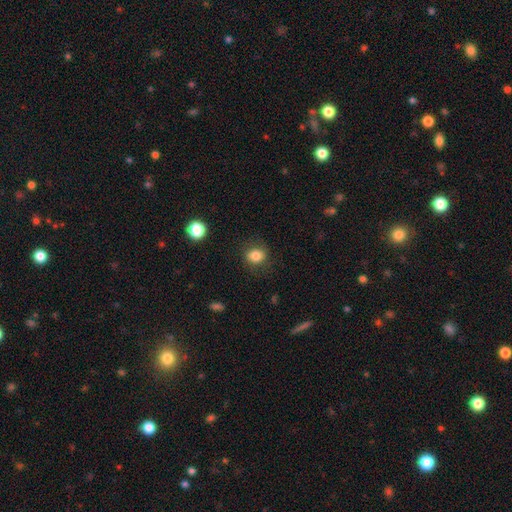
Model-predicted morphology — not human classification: smooth-or-featured: smooth: 83% | star or artifact: 10% | featured or disk: 7%
  how-rounded: round: 66% | in between: 33% | cigar-shaped: 1%
  merging: none: 81% | minor disturbance: 13% | major disturbance: 5% | merger: 1%